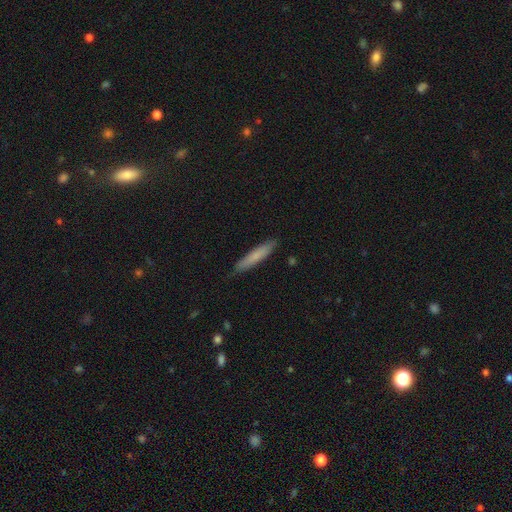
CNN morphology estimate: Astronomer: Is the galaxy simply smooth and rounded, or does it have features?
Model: smooth — 74%.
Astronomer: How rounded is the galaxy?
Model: cigar-shaped — 92%.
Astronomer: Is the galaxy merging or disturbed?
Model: none — 87%.